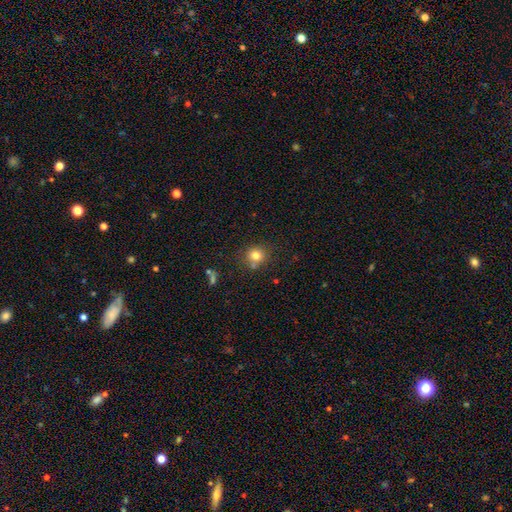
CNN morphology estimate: type=smooth (79%); roundness=round (85%); merging=none (72%).